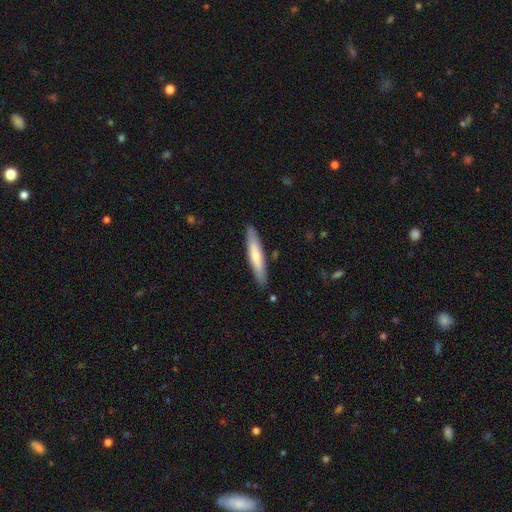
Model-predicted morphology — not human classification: Smooth or featured? smooth (62%)
How rounded? cigar-shaped (90%)
Merging? none (88%)